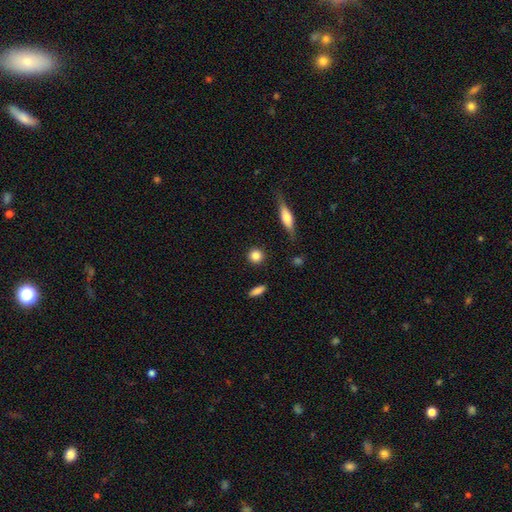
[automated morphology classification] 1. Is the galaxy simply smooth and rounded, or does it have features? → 85% smooth, 8% star or artifact, 7% featured or disk.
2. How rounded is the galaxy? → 89% round, 8% in between, 3% cigar-shaped.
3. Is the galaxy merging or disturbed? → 90% none, 6% minor disturbance, 2% major disturbance, 2% merger.